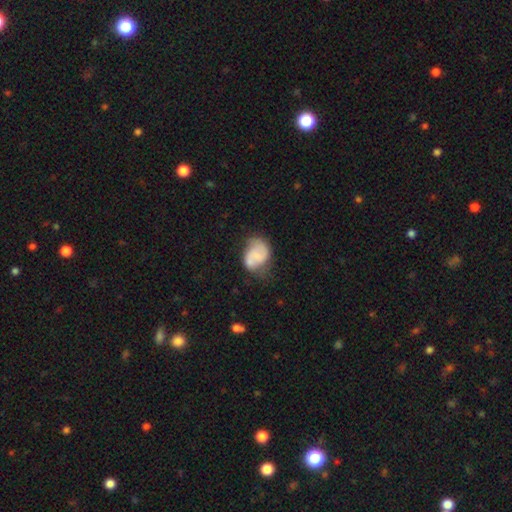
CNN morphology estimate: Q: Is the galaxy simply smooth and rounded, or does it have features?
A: smooth — 49%.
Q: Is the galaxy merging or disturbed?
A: none — 45%.